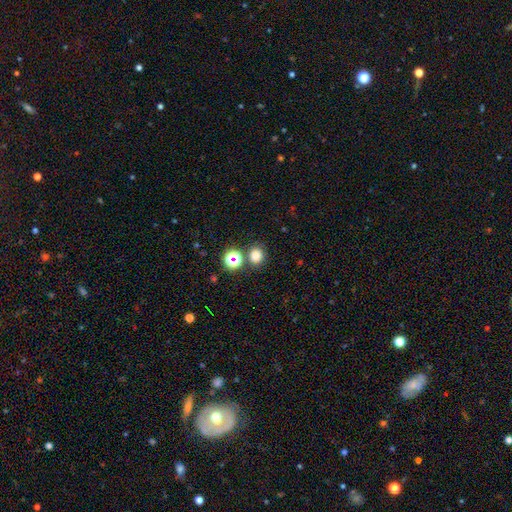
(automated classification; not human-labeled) Q: Smooth or featured?
A: smooth (75%); runner-up: star or artifact (20%)
Q: How rounded?
A: round (82%); runner-up: in between (17%)
Q: Merging?
A: none (77%); runner-up: merger (12%)